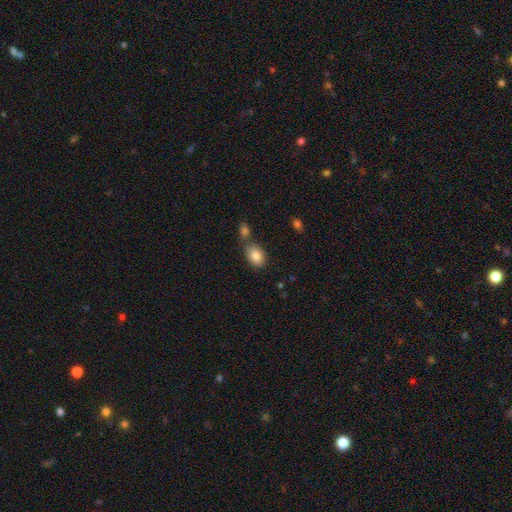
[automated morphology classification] A smooth galaxy with no disk features (85%) that is in between round and cigar-shaped (85%).

Vote fractions:
- Smooth or featured? smooth: 85% / featured or disk: 8% / star or artifact: 8%
- How rounded? in between: 85% / round: 14% / cigar-shaped: 1%
- Merging? none: 62% / merger: 21% / minor disturbance: 14% / major disturbance: 4%